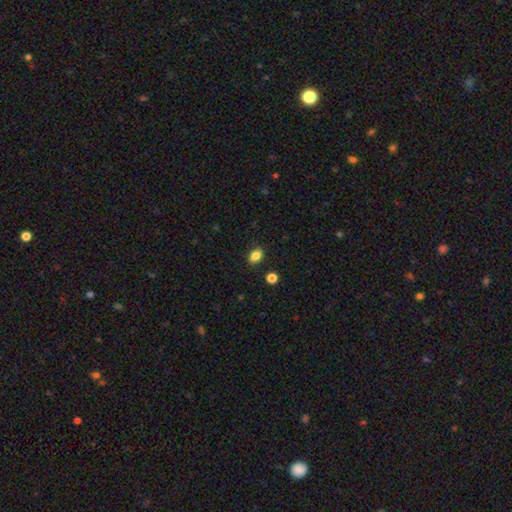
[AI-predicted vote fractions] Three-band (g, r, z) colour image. It shows a smooth galaxy with no disk features (85%) that is in between round and cigar-shaped (73%). Merging: none (87%).